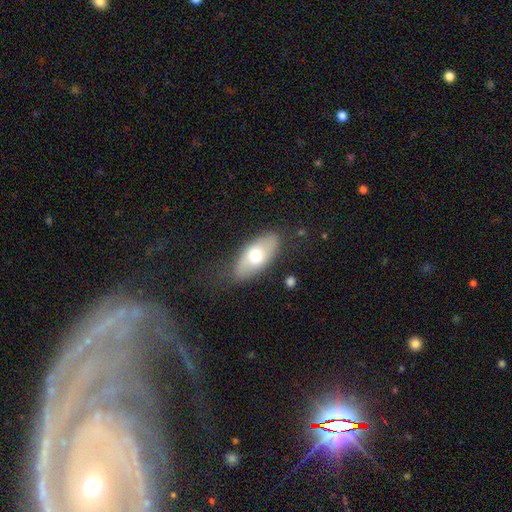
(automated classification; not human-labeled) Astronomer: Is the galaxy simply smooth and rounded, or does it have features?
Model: smooth — 64%.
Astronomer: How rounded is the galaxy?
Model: in between — 87%.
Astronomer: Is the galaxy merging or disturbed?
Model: none — 76%.